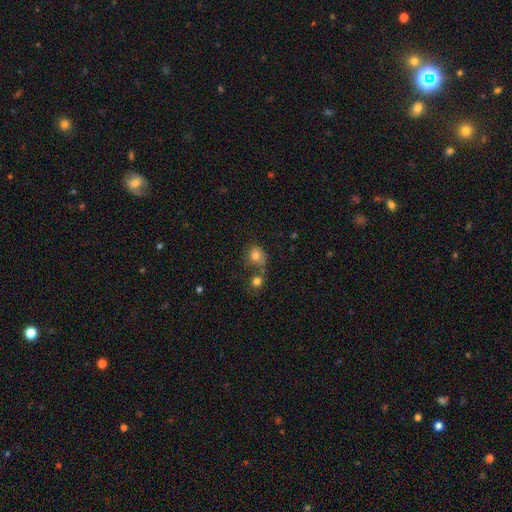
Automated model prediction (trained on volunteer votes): Overall: smooth (79%). How rounded: round (67%; in between 32%). Merging: none (51%; merger 25%).